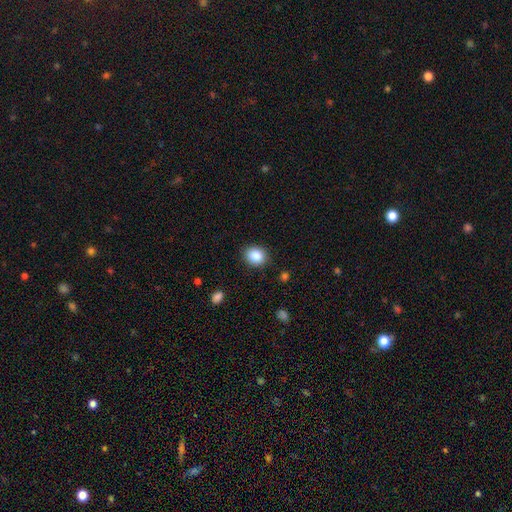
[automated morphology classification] type=smooth (87%); roundness=round (61%); merging=none (87%).